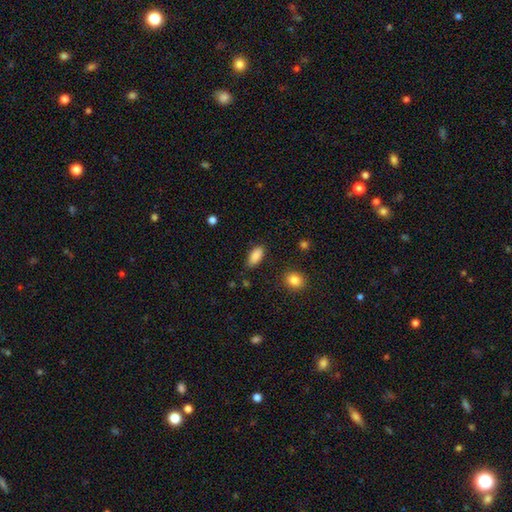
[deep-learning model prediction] Q: Smooth or featured?
A: smooth (88%); runner-up: star or artifact (8%)
Q: How rounded?
A: in between (87%); runner-up: cigar-shaped (10%)
Q: Merging?
A: none (84%); runner-up: minor disturbance (11%)